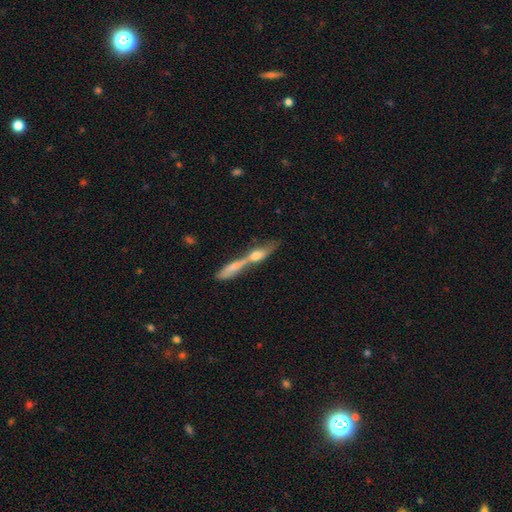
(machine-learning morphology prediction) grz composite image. It shows a featured or disk galaxy (48%). Merging: merger (68%).